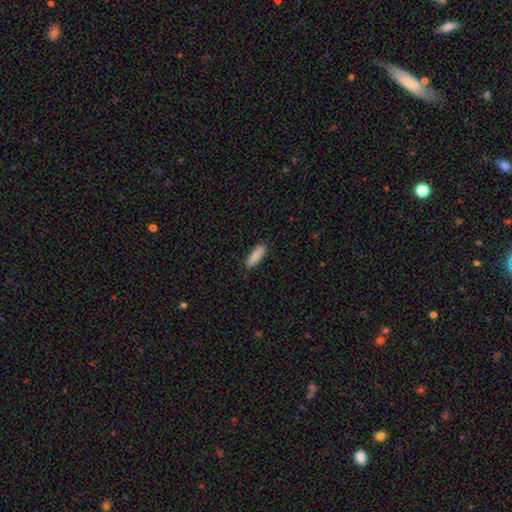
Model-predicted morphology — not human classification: The model was most divided on "how rounded": cigar-shaped: 50%, in between: 48%, round: 2%. More confident: merging — none (89%); smooth or featured — smooth (89%).